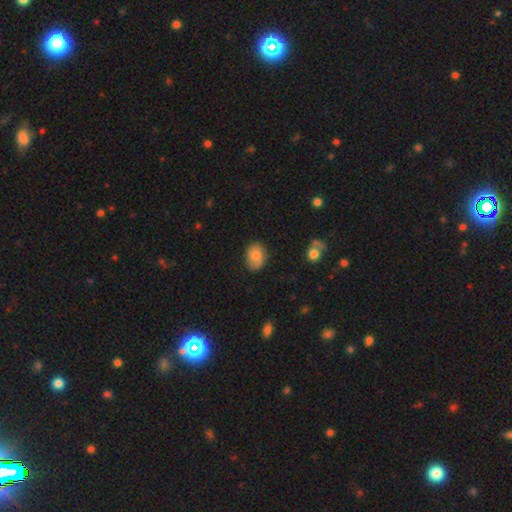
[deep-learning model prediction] A smooth galaxy with no disk features (81%) that is in between round and cigar-shaped (73%).

Vote fractions:
- Smooth or featured? smooth: 81% / featured or disk: 11% / star or artifact: 8%
- How rounded? in between: 73% / round: 26% / cigar-shaped: 1%
- Merging? none: 73% / minor disturbance: 21% / major disturbance: 4% / merger: 2%